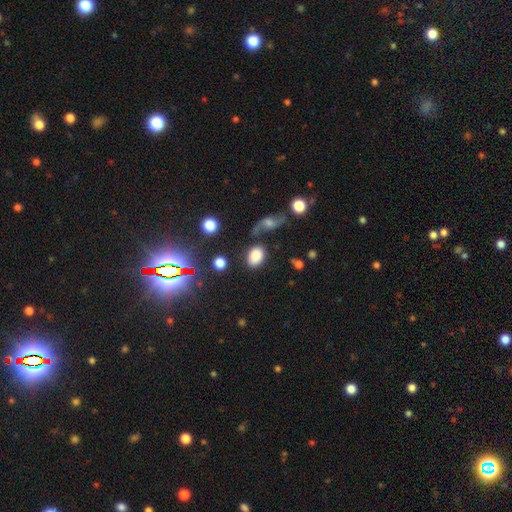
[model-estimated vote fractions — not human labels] This is likely a smooth galaxy (80%). How rounded: clearly in between (81%). Merging: likely none (68%).